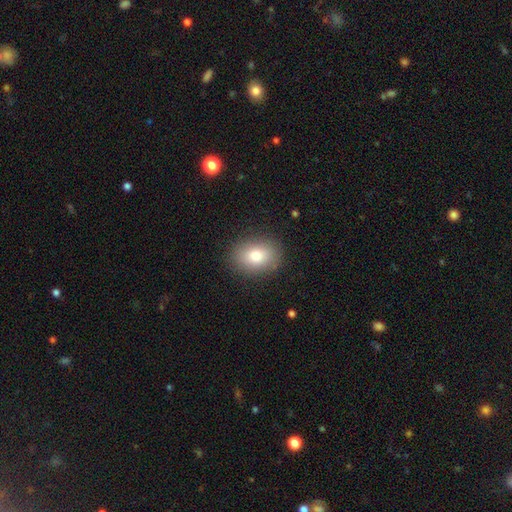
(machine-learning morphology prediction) smooth 79%, featured or disk 11%, star or artifact 10%. Down the decision tree: how rounded — in between (62%); merging — none (88%).